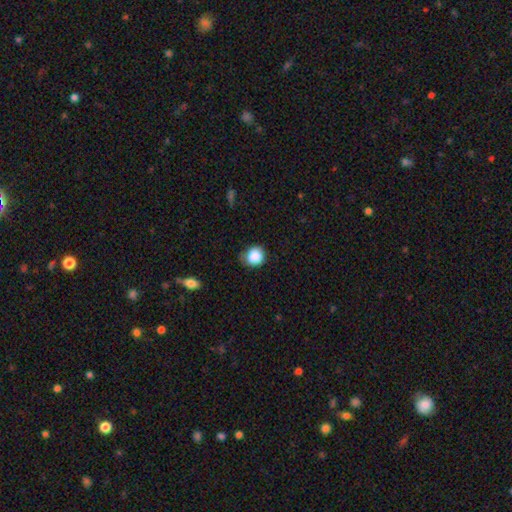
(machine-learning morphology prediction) smooth_or_featured: smooth (p=0.86) [alt: star or artifact p=0.09]
how_rounded: round (p=0.81) [alt: in between p=0.18]
merging: none (p=0.58) [alt: minor disturbance p=0.33]